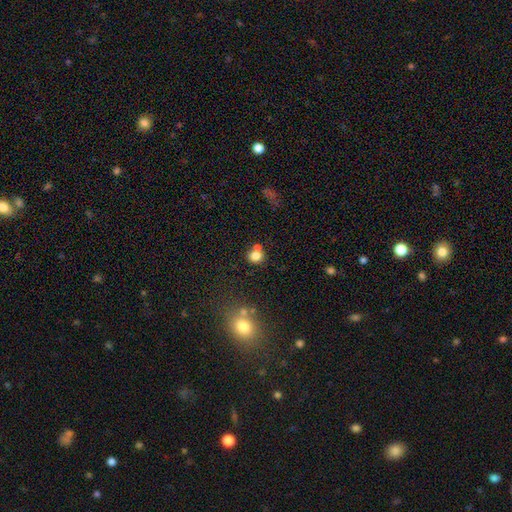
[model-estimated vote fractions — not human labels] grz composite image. It shows a smooth galaxy with no disk features (79%) that is round (81%). Merging: none (60%).